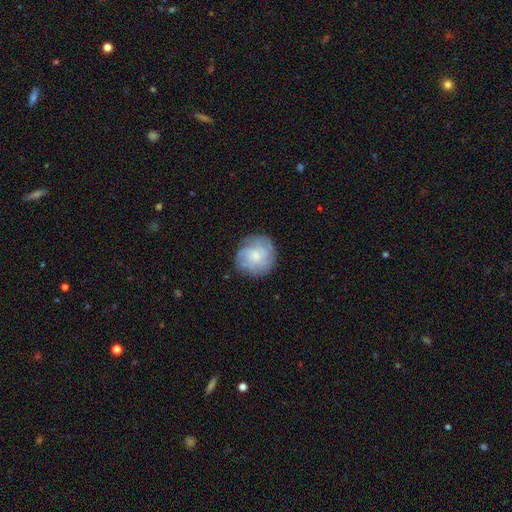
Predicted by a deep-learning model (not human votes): A featured or disk galaxy (52%) with no bar (78%), spiral arms (81%) and a small central bulge (52%). Merging: none (78%).